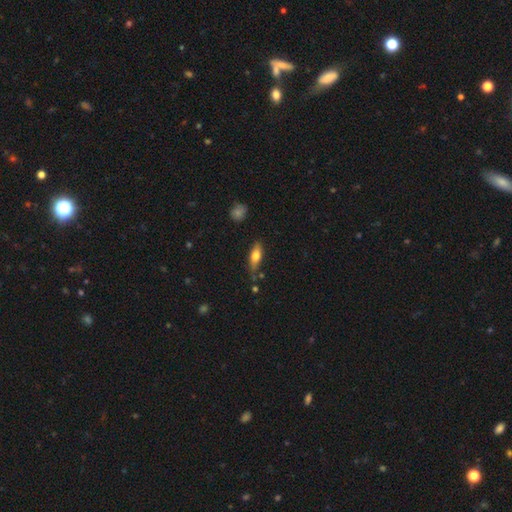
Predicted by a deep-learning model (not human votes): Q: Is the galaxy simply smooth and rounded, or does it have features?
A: smooth — 66%.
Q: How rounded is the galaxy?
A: in between — 62%.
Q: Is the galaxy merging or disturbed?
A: none — 67%.